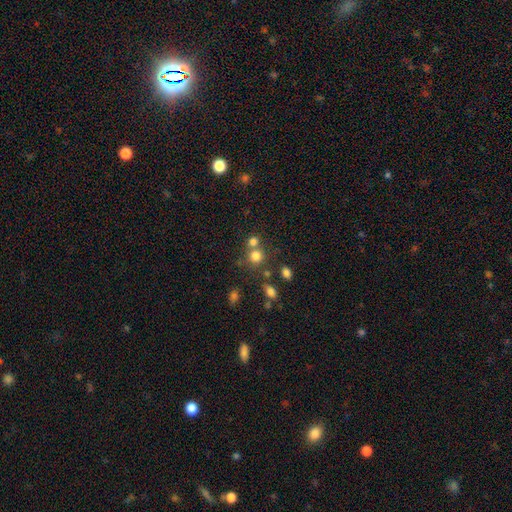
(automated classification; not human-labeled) Overall: smooth (77%). How rounded: round (87%). Merging: none (55%; merger 34%).